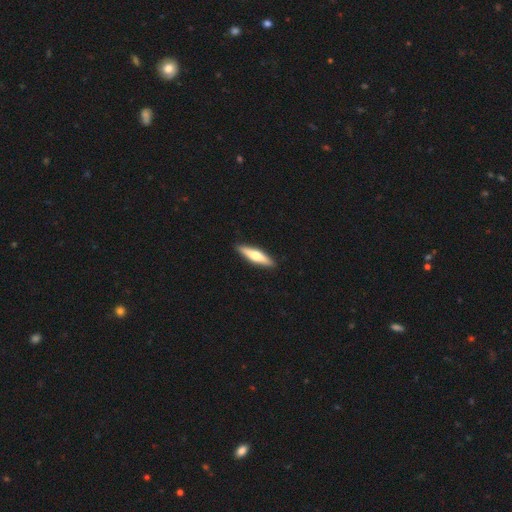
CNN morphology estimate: Overall: featured or disk (48%; smooth 47%). Merging: none (91%).